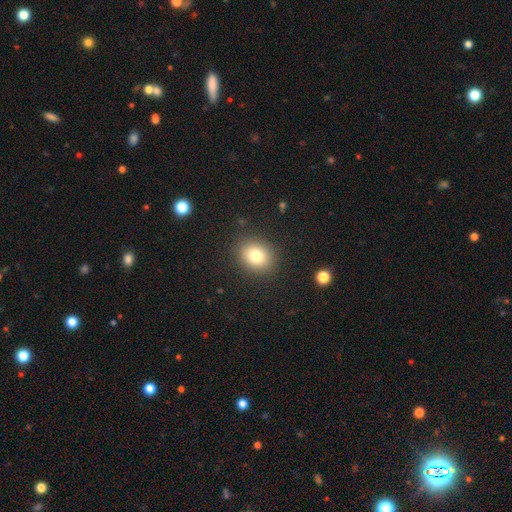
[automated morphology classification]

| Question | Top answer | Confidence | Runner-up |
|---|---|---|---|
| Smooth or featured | smooth | 79% | star or artifact (12%) |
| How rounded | round | 67% | in between (33%) |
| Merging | none | 88% | minor disturbance (8%) |